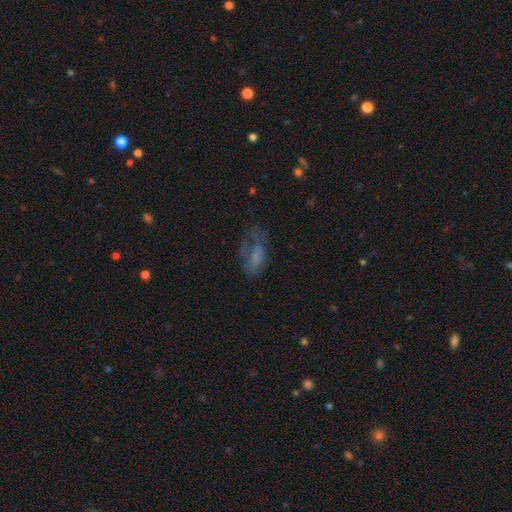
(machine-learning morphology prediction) Overall: smooth (50%; featured or disk 36%). How rounded: in between (85%). Merging: none (37%; major disturbance 36%).